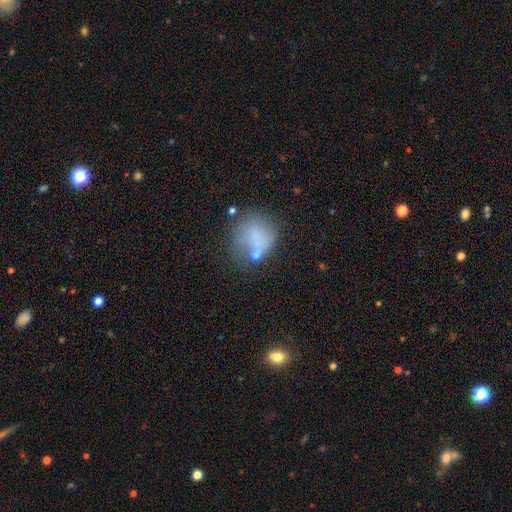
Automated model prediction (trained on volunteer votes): The model was most divided on "merging": none: 45%, minor disturbance: 22%, major disturbance: 17%, merger: 16%. More confident: how rounded — round (74%); smooth or featured — smooth (64%).